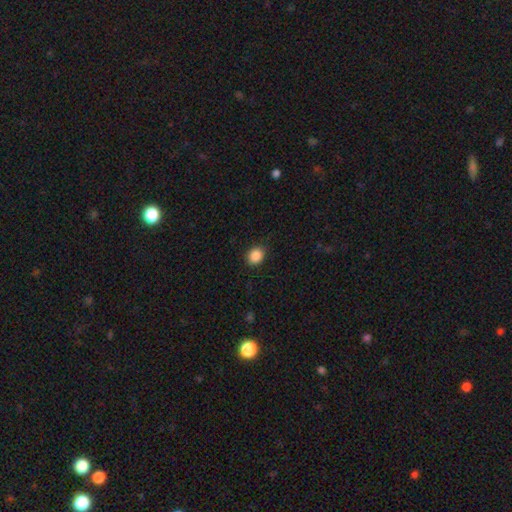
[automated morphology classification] The model was most divided on "how rounded": round: 60%, in between: 39%, cigar-shaped: 1%. More confident: smooth or featured — smooth (88%); merging — none (87%).